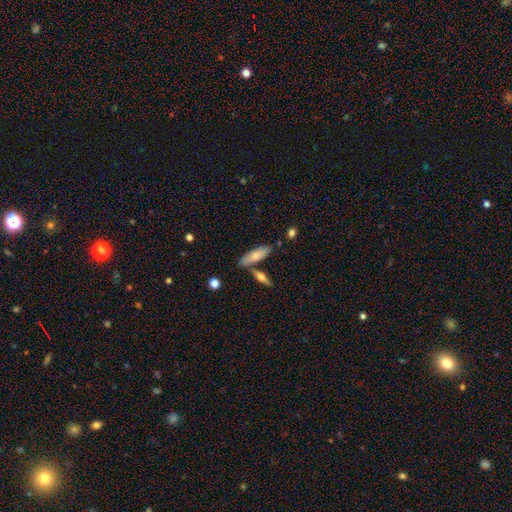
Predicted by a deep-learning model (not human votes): Smooth or featured? Predicted: smooth (p=0.72). How rounded? Predicted: in between (p=0.49, tied with cigar-shaped). Merging? Predicted: none (p=0.67).